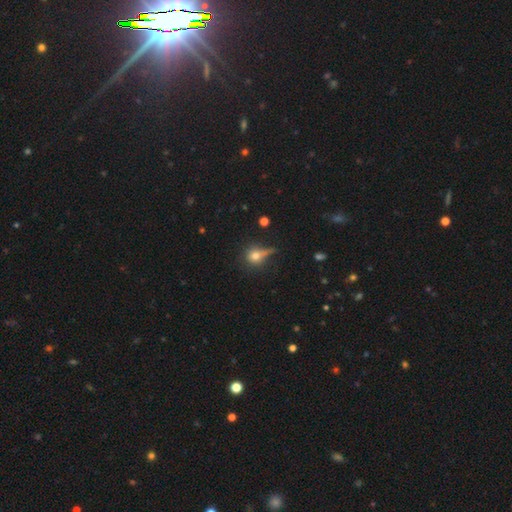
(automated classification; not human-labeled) This appears to be a smooth galaxy with no disk features (68%) that is round (78%). Merging: none (51%).